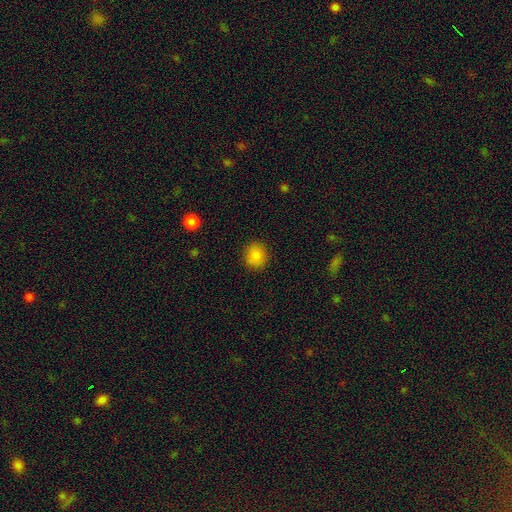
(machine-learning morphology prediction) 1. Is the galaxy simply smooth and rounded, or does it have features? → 85% smooth, 10% star or artifact, 5% featured or disk.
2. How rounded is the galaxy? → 83% round, 16% in between, 1% cigar-shaped.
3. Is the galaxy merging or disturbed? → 90% none, 7% minor disturbance, 2% major disturbance, 1% merger.